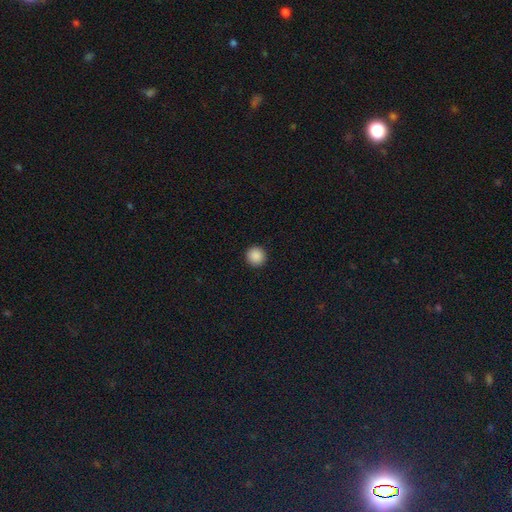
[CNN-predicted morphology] A smooth galaxy with no disk features (88%) that is round (95%). Merging: none (94%).